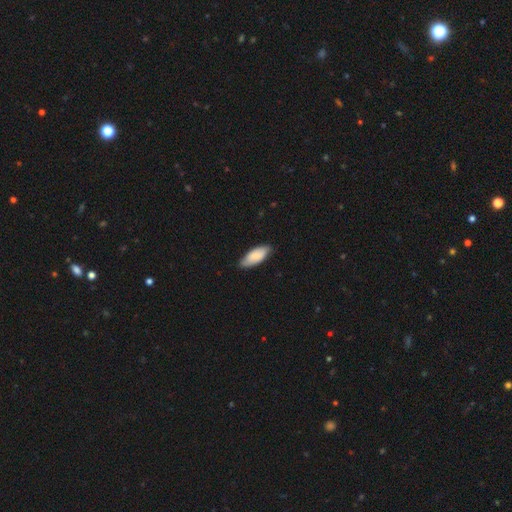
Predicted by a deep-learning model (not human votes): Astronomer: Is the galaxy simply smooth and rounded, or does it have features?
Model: smooth — 80%.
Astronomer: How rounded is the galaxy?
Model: in between — 84%.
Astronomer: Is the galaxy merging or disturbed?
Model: none — 79%.